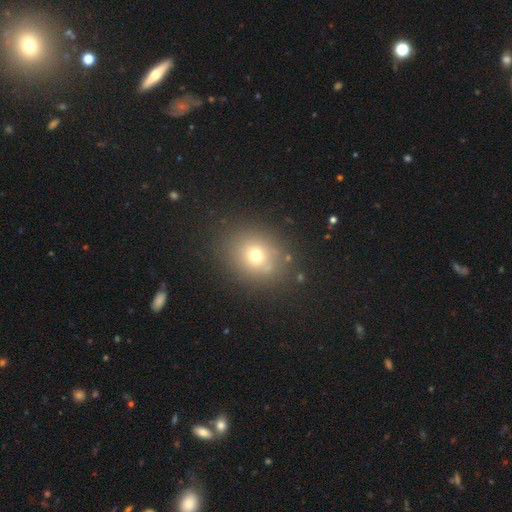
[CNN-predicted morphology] type=smooth (69%); roundness=round (64%); merging=none (82%).